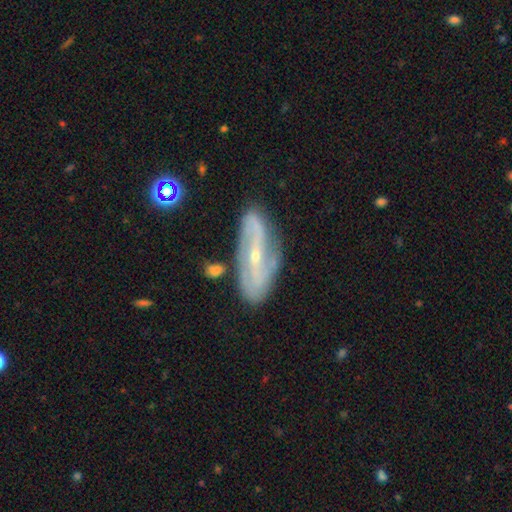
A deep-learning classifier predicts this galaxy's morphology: This appears to be a featured or disk galaxy (85%) with a strong bar (47%), 2 (83%) medium (37%, tied with loose) spiral arms (93%) and a small central bulge (76%). Merging: none (76%).